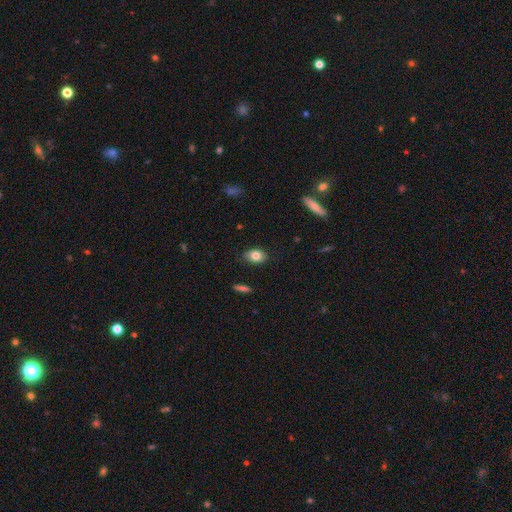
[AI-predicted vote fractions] Overall: smooth (78%). How rounded: in between (80%). Merging: none (83%).